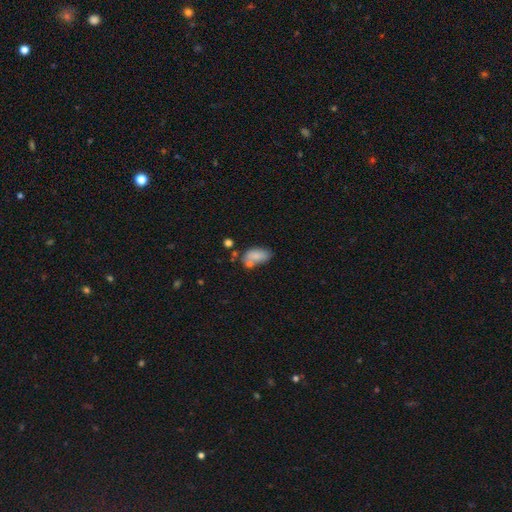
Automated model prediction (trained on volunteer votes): Q: Smooth or featured?
A: smooth (76%); runner-up: featured or disk (15%)
Q: How rounded?
A: in between (90%); runner-up: round (7%)
Q: Merging?
A: none (39%); runner-up: merger (30%)